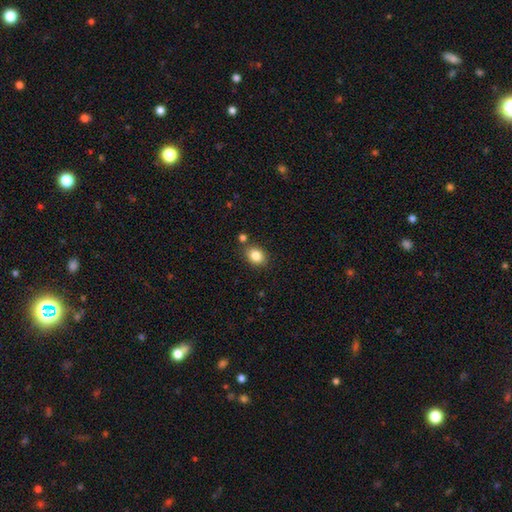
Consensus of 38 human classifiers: Smooth or featured? smooth (89%)
How rounded? in between (53%)
Merging? none (73%)